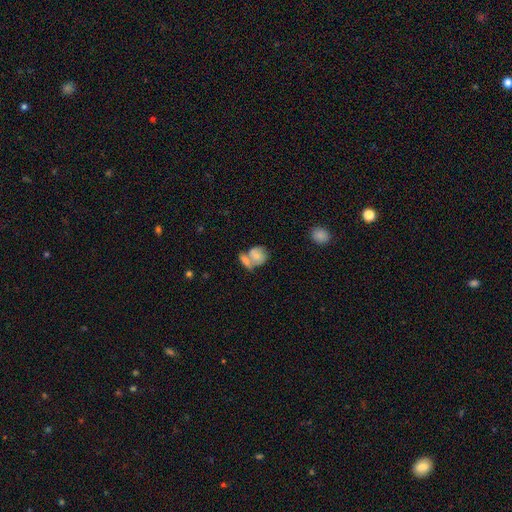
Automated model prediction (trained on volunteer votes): smooth-or-featured: smooth: 61% | featured or disk: 32% | star or artifact: 8%
  how-rounded: round: 54% | in between: 44% | cigar-shaped: 2%
  merging: merger: 57% | none: 25% | minor disturbance: 11% | major disturbance: 6%